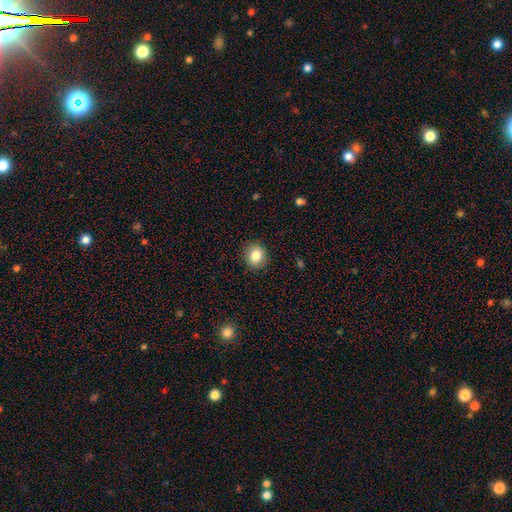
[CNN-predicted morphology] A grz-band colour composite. It shows a smooth galaxy with no disk features (83%) that is round (73%). Merging: none (89%).